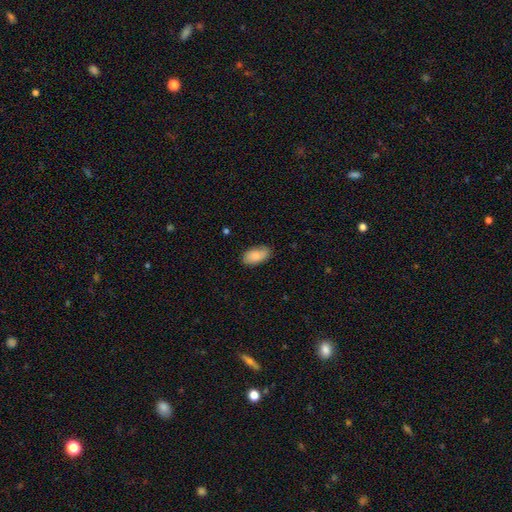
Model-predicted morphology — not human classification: Smooth or featured? smooth (81%)
How rounded? in between (94%)
Merging? none (79%)